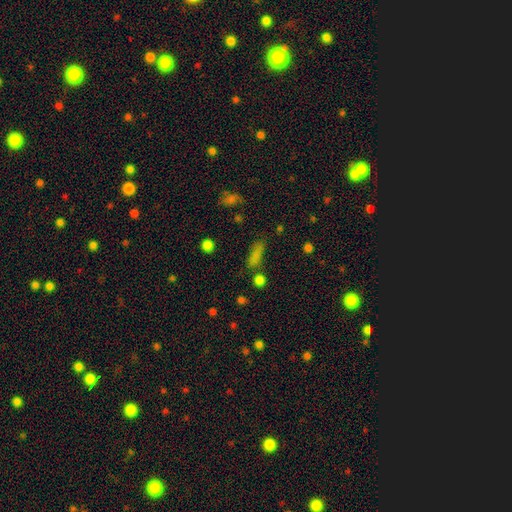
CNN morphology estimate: The model was most divided on "how rounded": cigar-shaped: 53%, in between: 39%, round: 8%. More confident: smooth or featured — smooth (76%); merging — none (69%).